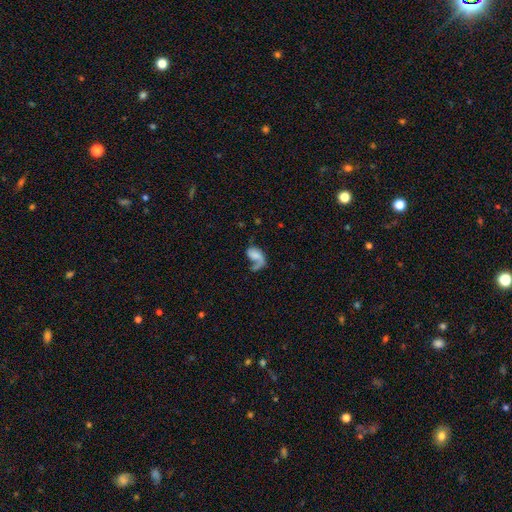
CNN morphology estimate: This is possibly a featured or disk galaxy (59%). It is clearly not viewed edge-on (97%). Bar: likely no (62%). Spiral arm pattern: clearly yes (83%). Central bulge: possibly none (48%). Merging: marginally major disturbance (42%).